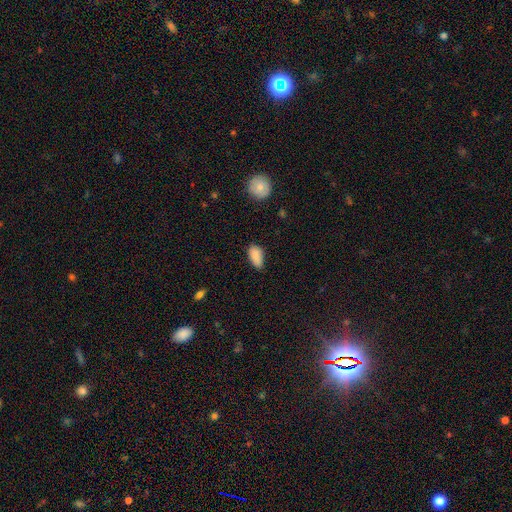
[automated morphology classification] The model was most divided on "merging": none: 65%, minor disturbance: 29%, major disturbance: 5%, merger: 2%. More confident: how rounded — in between (92%); smooth or featured — smooth (88%).